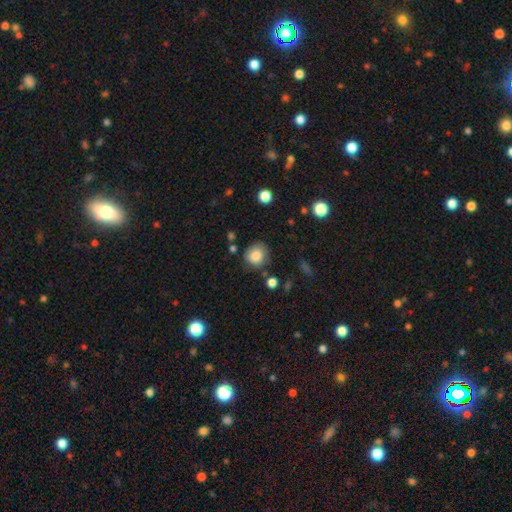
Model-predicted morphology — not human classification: This is clearly a smooth galaxy (83%). How rounded: clearly round (83%). Merging: likely none (75%).